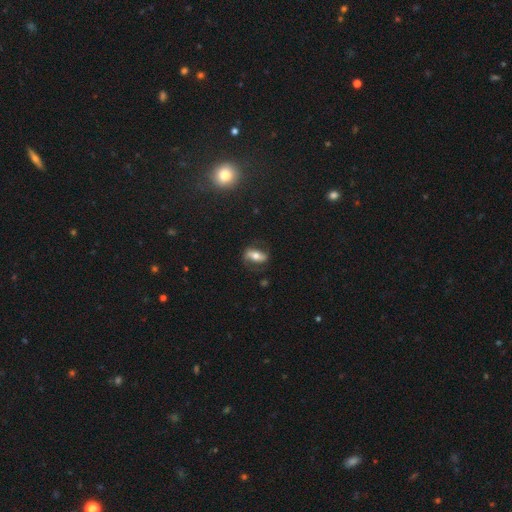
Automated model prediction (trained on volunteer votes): A featured or disk galaxy (47%).

Vote fractions:
- Smooth or featured? featured or disk: 47% / smooth: 44% / star or artifact: 9%
- Merging? none: 71% / minor disturbance: 18% / major disturbance: 9% / merger: 2%